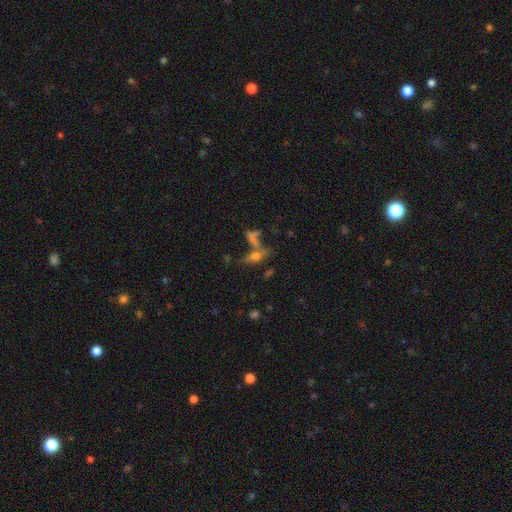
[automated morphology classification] Overall: smooth (47%; featured or disk 37%). Merging: none (47%; merger 31%).